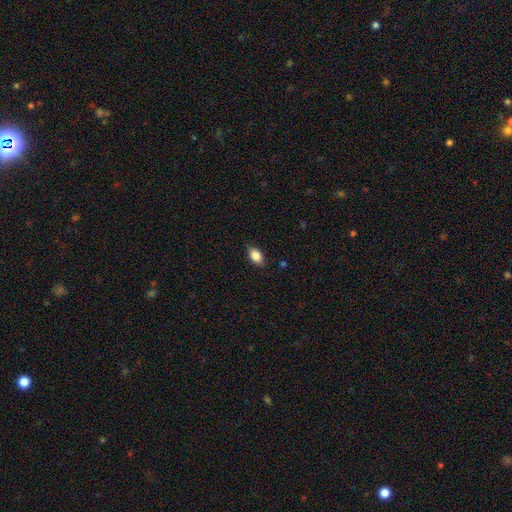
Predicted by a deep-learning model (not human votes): A smooth galaxy with no disk features (86%) that is in between round and cigar-shaped (88%). Merging: none (84%).